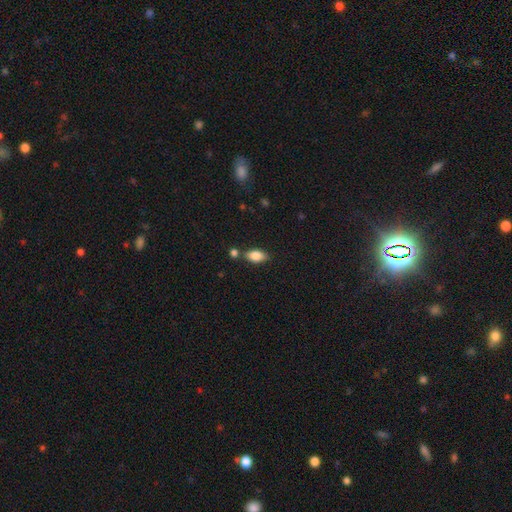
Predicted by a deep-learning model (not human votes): Overall: smooth (82%). How rounded: in between (89%). Merging: none (74%).